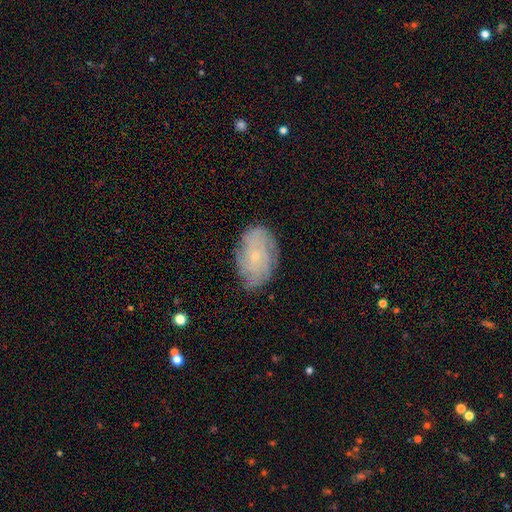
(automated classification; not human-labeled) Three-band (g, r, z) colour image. It shows a featured or disk galaxy (66%) with no bar (82%), tight (68%) spiral arms (87%) and a small central bulge (81%). Merging: none (77%).